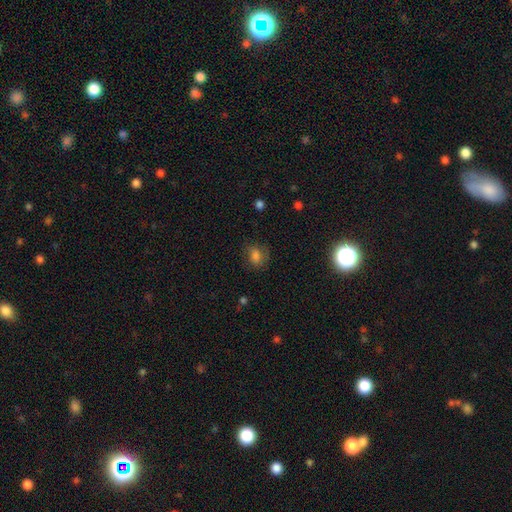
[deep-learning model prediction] smooth 76%, star or artifact 13%, featured or disk 11%. Down the decision tree: how rounded — in between (55%); merging — none (68%).